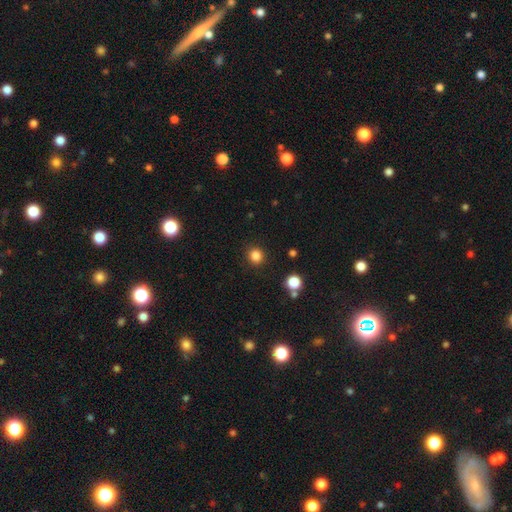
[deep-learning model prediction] Smooth or featured? Predicted: smooth (p=0.84). How rounded? Predicted: round (p=0.92). Merging? Predicted: none (p=0.91).